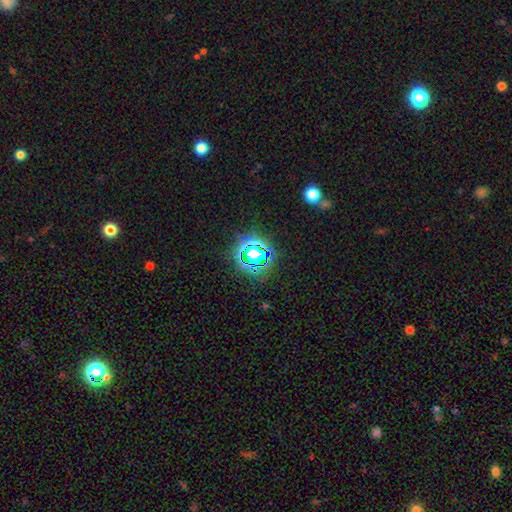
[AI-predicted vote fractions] Smooth or featured? star or artifact (59%)